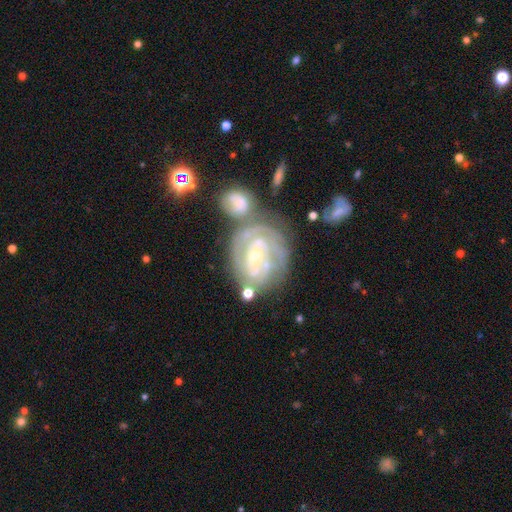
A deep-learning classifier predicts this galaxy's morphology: type=featured or disk (82%); edge-on=no (97%); bar=no (56%); spiral arms=yes (86%); winding=tight (73%); arm count=can't tell (46%); bulge=small (64%); merging=none (46%).